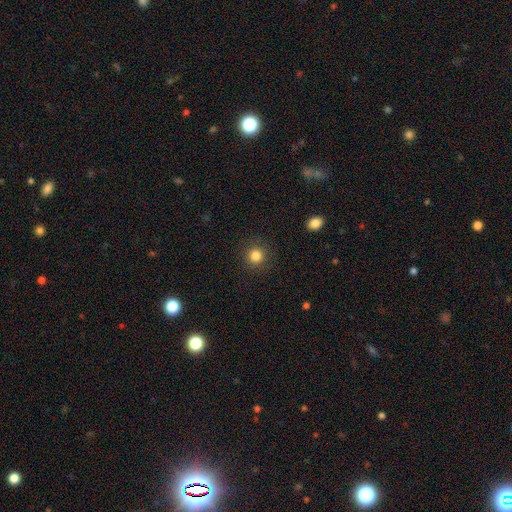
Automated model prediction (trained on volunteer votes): This appears to be a smooth galaxy with no disk features (83%) that is round (93%). Merging: none (90%).